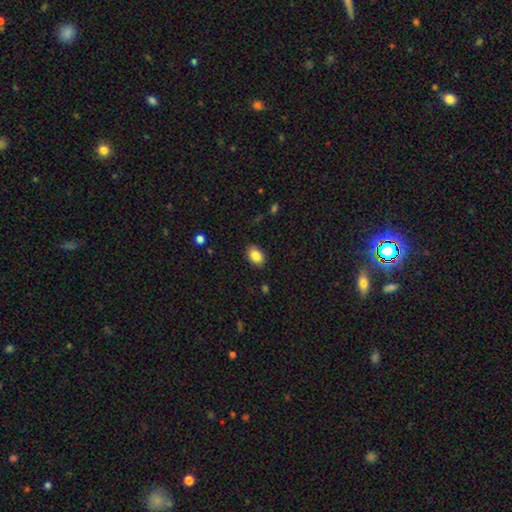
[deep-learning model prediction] This is clearly a smooth galaxy (86%). How rounded: clearly in between (84%). Merging: clearly none (88%).